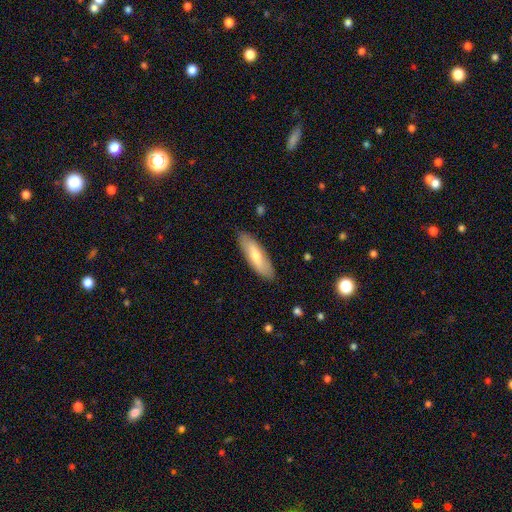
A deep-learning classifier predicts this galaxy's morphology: This appears to be a smooth galaxy with no disk features (67%) that is cigar-shaped (50%). Merging: none (86%).